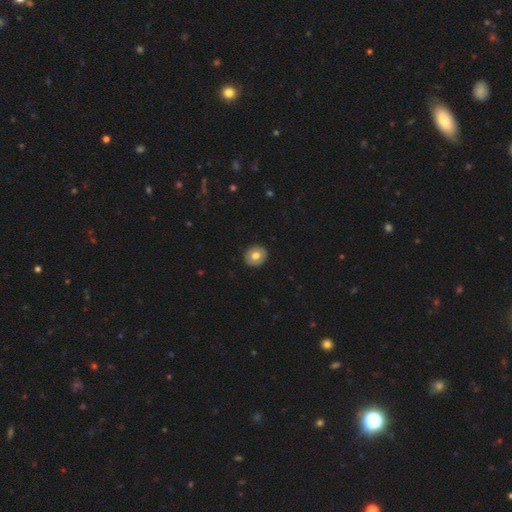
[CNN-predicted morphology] Smooth or featured? Predicted: smooth (p=0.68). How rounded? Predicted: round (p=0.74). Merging? Predicted: none (p=0.90).